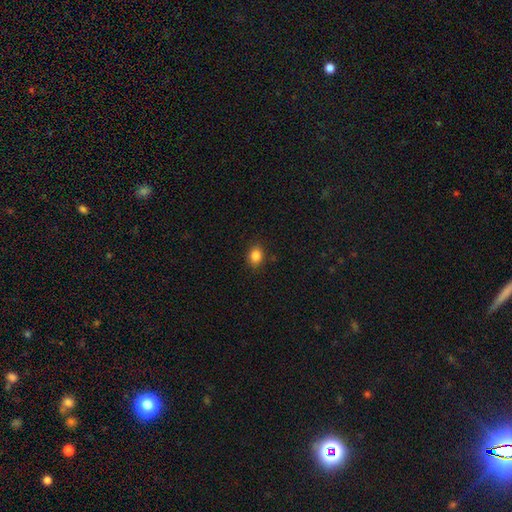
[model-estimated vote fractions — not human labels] Smooth or featured? smooth (85%)
How rounded? in between (56%)
Merging? none (86%)